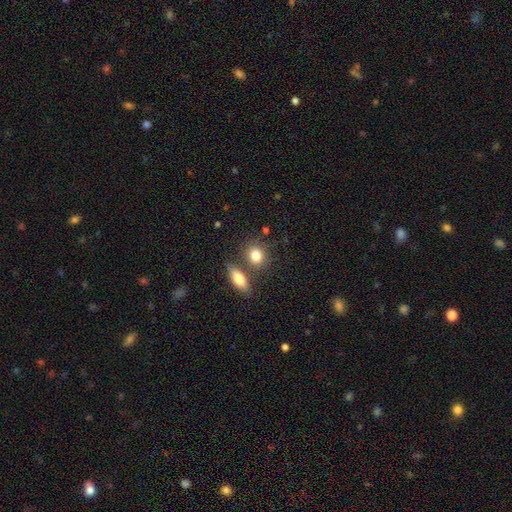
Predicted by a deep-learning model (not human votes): smooth-or-featured: smooth: 83% | featured or disk: 9% | star or artifact: 8%
  how-rounded: round: 60% | in between: 37% | cigar-shaped: 3%
  merging: none: 64% | merger: 22% | minor disturbance: 11% | major disturbance: 3%